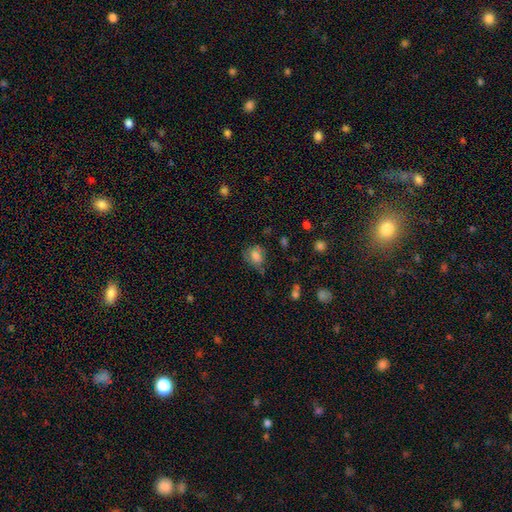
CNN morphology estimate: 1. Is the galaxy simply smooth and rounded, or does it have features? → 72% smooth, 15% featured or disk, 13% star or artifact.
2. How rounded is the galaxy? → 56% in between, 42% round, 2% cigar-shaped.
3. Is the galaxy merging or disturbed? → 52% none, 30% minor disturbance, 15% major disturbance, 4% merger.